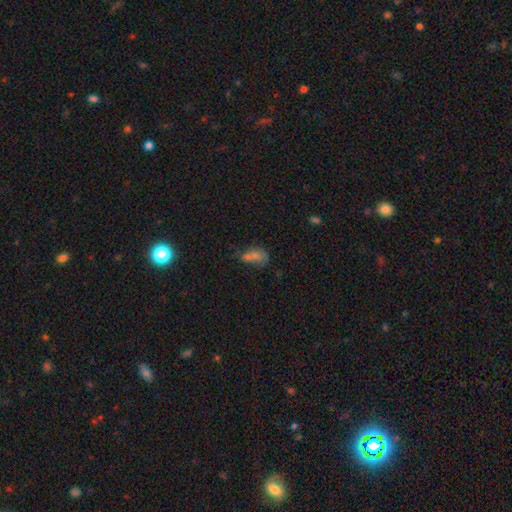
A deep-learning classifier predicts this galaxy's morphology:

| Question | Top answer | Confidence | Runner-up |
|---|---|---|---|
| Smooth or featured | smooth | 48% | star or artifact (29%) |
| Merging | none | 36% | merger (27%) |